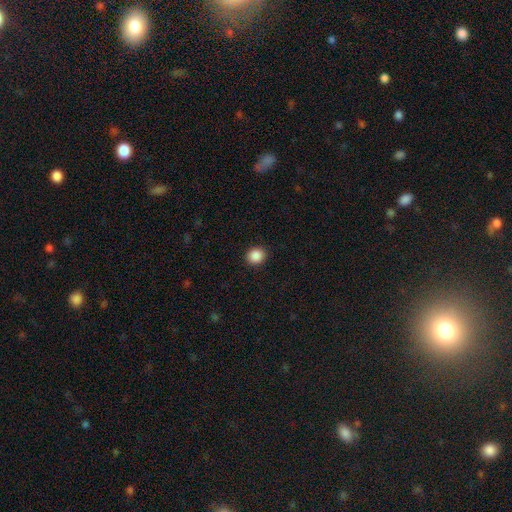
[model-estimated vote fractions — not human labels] Smooth or featured: smooth — 88% (star or artifact — 9%)
How rounded: round — 78% (in between — 21%)
Merging: none — 91% (minor disturbance — 6%)